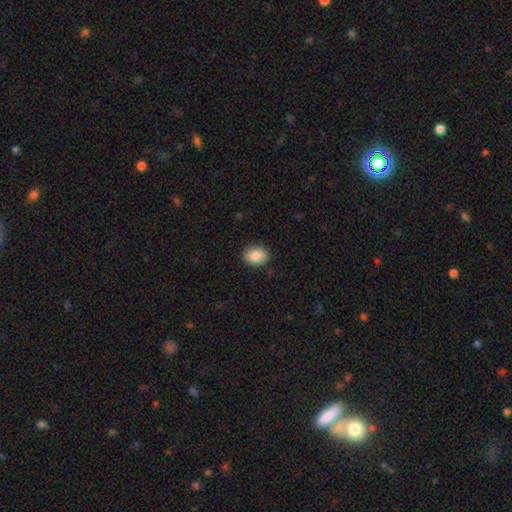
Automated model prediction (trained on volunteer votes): The model was most divided on "how rounded": in between: 55%, round: 44%, cigar-shaped: 1%. More confident: merging — none (89%); smooth or featured — smooth (87%).